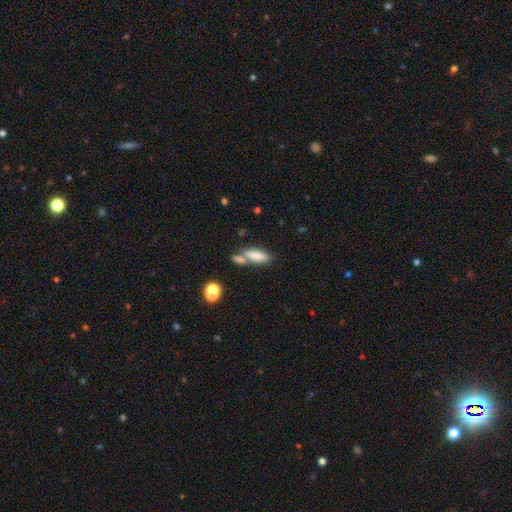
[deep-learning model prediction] Smooth or featured?
  - smooth: 80% *
  - featured or disk: 11%
  - star or artifact: 9%
How rounded?
  - in between: 60% *
  - cigar-shaped: 37%
  - round: 3%
Merging?
  - none: 46% *
  - merger: 36%
  - minor disturbance: 13%
  - major disturbance: 5%